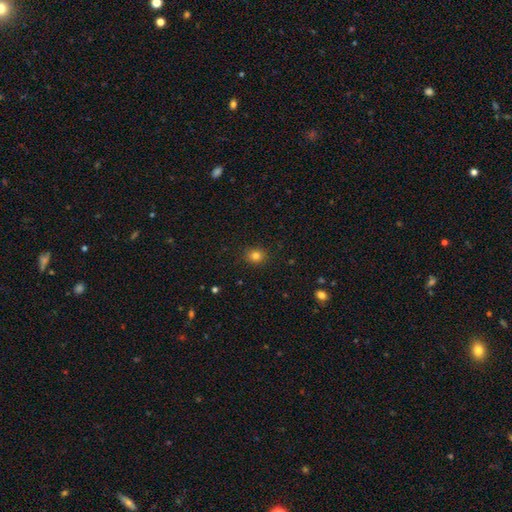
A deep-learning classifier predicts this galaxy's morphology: smooth_or_featured: smooth (p=0.81) [alt: star or artifact p=0.13]
how_rounded: round (p=0.76) [alt: in between p=0.23]
merging: none (p=0.90) [alt: minor disturbance p=0.07]